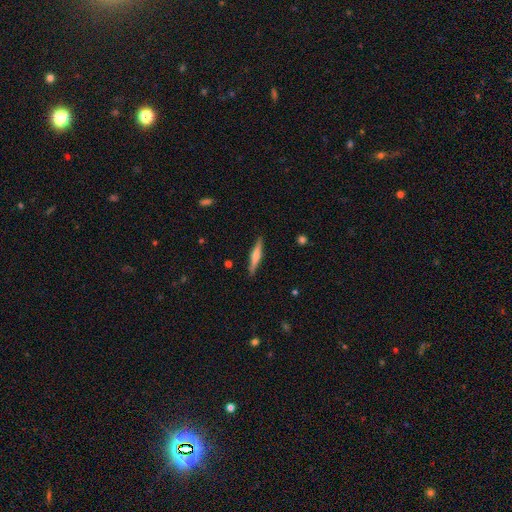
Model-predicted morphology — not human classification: Smooth or featured? smooth (49%)
Merging? none (89%)